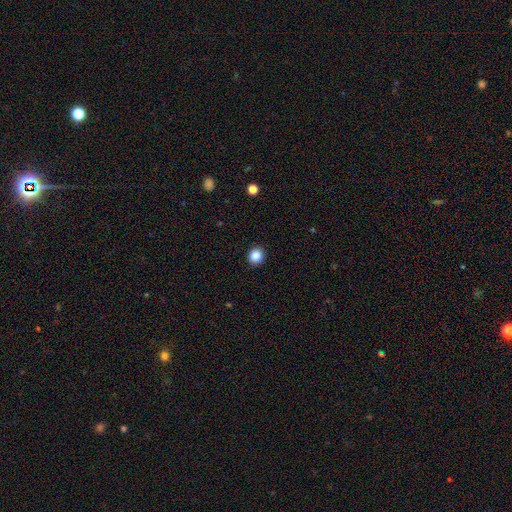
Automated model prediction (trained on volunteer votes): Overall: smooth (87%). How rounded: round (88%). Merging: none (92%).